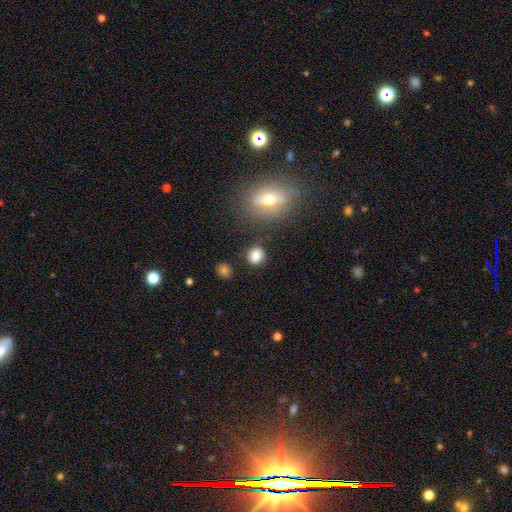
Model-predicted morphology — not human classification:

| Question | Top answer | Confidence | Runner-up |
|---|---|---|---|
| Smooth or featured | smooth | 81% | star or artifact (11%) |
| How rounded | round | 80% | in between (19%) |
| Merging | none | 83% | minor disturbance (10%) |